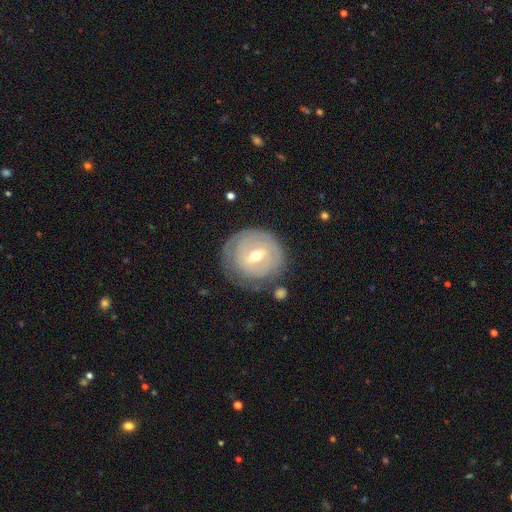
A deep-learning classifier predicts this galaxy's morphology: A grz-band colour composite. It shows a featured or disk galaxy (70%) with a weak bar (52%), spiral arms (67%) and a moderate central bulge (67%). Merging: none (74%).